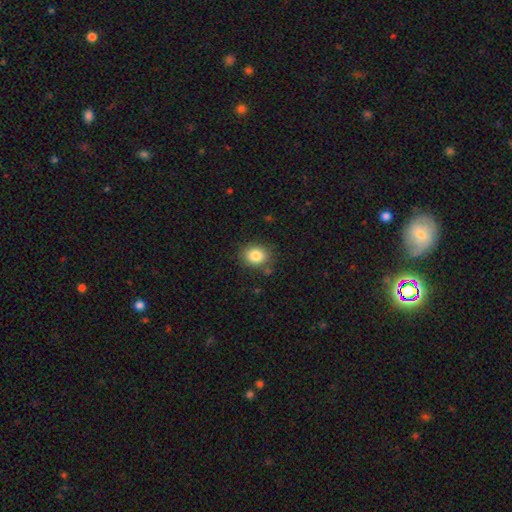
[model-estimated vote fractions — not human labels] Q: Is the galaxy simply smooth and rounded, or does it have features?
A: smooth — 84%.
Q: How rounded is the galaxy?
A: round — 67%.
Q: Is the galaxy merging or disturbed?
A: none — 83%.